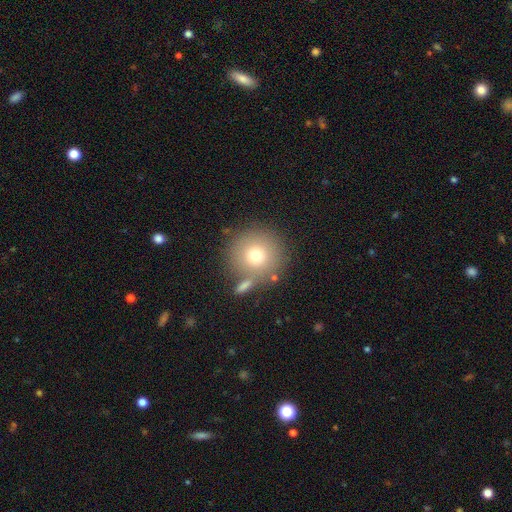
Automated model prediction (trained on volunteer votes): This appears to be a smooth galaxy with no disk features (72%) that is round (95%). Merging: none (76%).